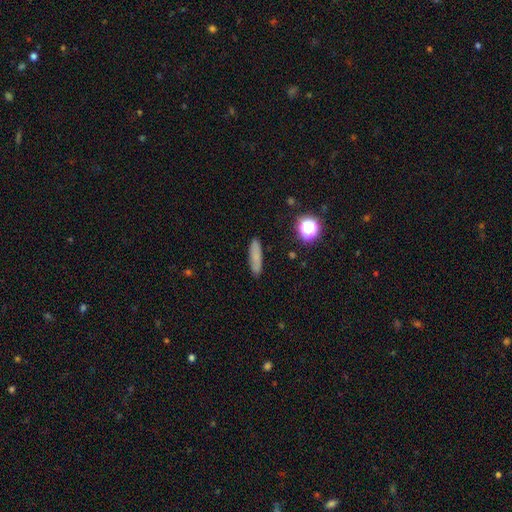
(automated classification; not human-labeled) Morphology: type=smooth (74%); roundness=cigar-shaped (65%); merging=none (86%).